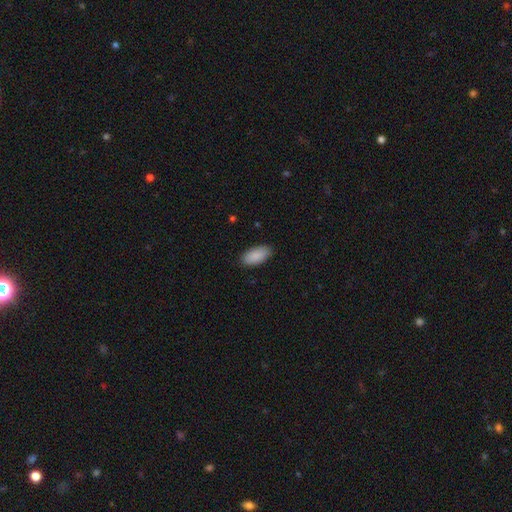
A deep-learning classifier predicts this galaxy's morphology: smooth-or-featured: smooth: 90% | star or artifact: 6% | featured or disk: 4%
  how-rounded: in between: 92% | cigar-shaped: 6% | round: 2%
  merging: none: 87% | minor disturbance: 10% | major disturbance: 2% | merger: 1%